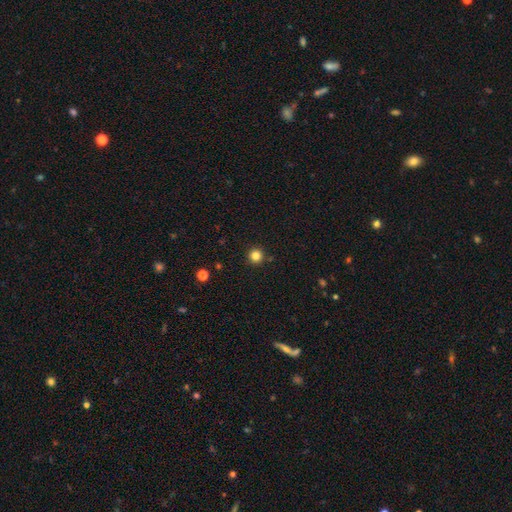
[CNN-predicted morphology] smooth_or_featured: smooth (p=0.83) [alt: star or artifact p=0.13]
how_rounded: round (p=0.96) [alt: in between p=0.03]
merging: none (p=0.92) [alt: minor disturbance p=0.05]